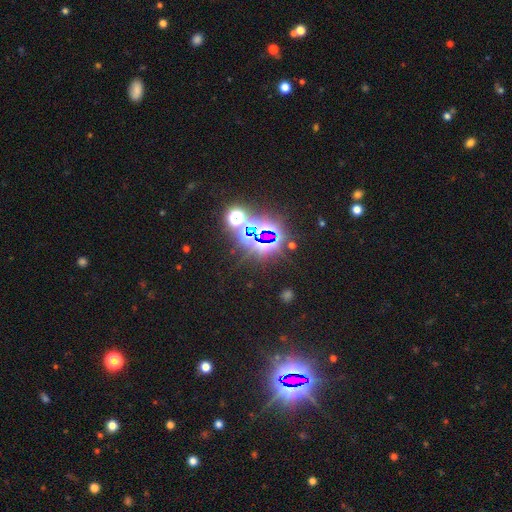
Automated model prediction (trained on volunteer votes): A star or artifact, not a galaxy (82%).

Vote fractions:
- Smooth or featured? star or artifact: 82% / smooth: 10% / featured or disk: 8%